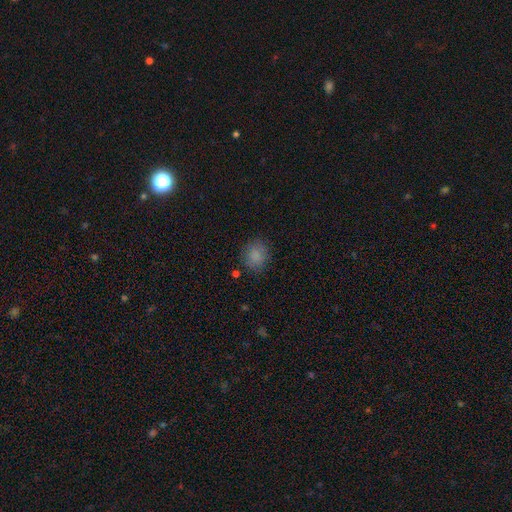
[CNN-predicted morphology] This appears to be a smooth galaxy with no disk features (85%) that is round (72%). Merging: none (82%).